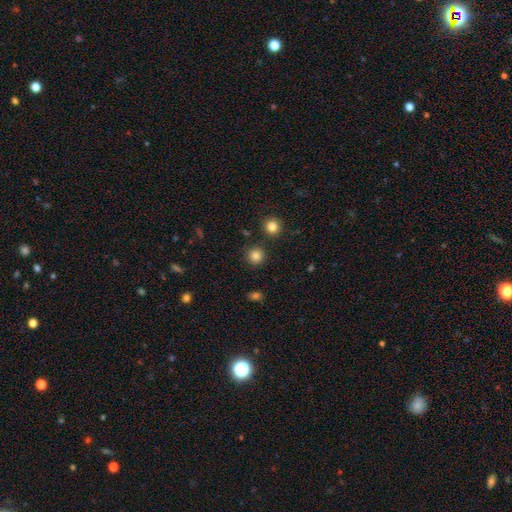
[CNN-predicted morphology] smooth_or_featured: smooth (p=0.83) [alt: star or artifact p=0.12]
how_rounded: round (p=0.94) [alt: in between p=0.05]
merging: none (p=0.90) [alt: minor disturbance p=0.05]